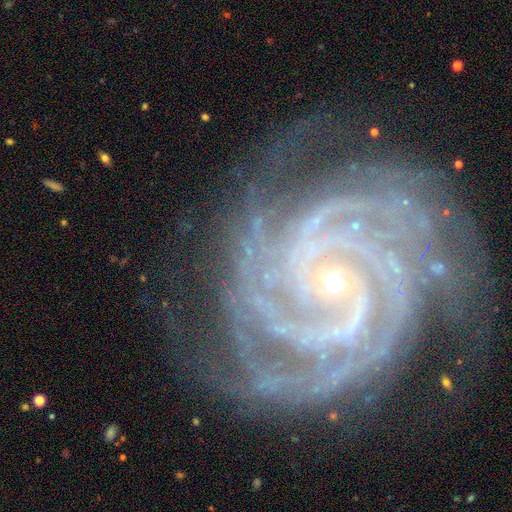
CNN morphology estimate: featured or disk 92%, star or artifact 6%, smooth 3%. Down the decision tree: edge-on disk — no (98%); bar — no (62%); spiral arms — yes (99%); spiral arm count — 2 (21%, tied with 4); spiral winding — tight (77%); bulge size — small (83%); merging — none (71%).